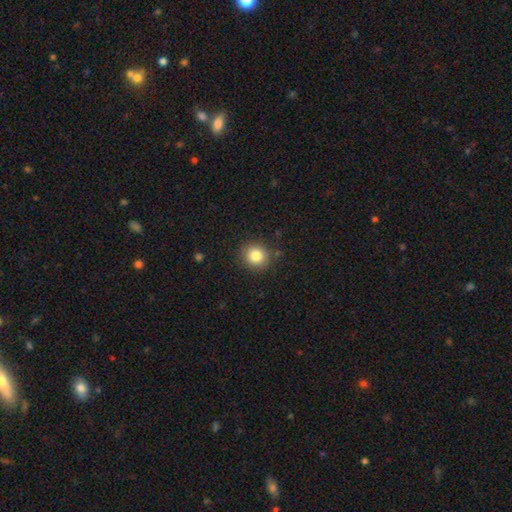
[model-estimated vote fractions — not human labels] A smooth galaxy with no disk features (82%) that is round (86%).

Vote fractions:
- Smooth or featured? smooth: 82% / star or artifact: 11% / featured or disk: 7%
- How rounded? round: 86% / in between: 13% / cigar-shaped: 1%
- Merging? none: 88% / minor disturbance: 8% / major disturbance: 2% / merger: 1%